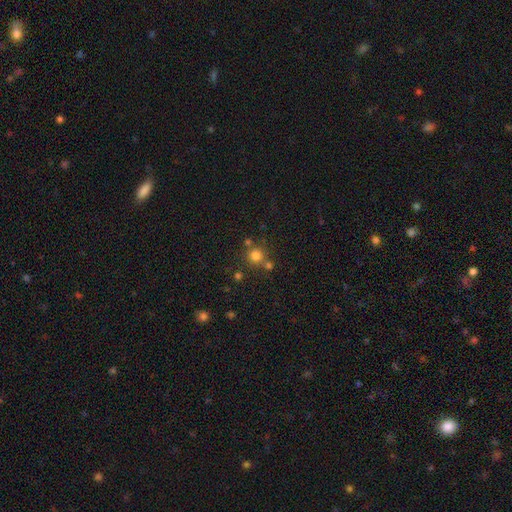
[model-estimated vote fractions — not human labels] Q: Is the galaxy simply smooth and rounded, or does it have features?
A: smooth — 77%.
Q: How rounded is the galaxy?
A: round — 93%.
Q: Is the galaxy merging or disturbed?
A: none — 69%.